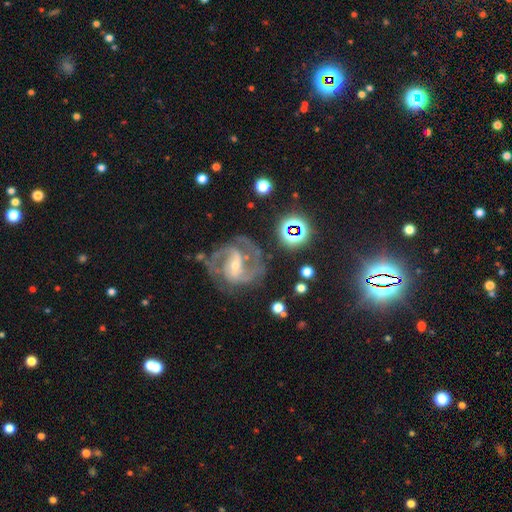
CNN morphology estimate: The model was most divided on "spiral winding": tight: 46%, medium: 43%, loose: 11%. Remaining: edge-on disk — no (96%); spiral arms — yes (94%); smooth or featured — featured or disk (73%); merging — none (64%); bulge size — small (53%); bar — weak (44%); spiral arm count — 2 (41%).